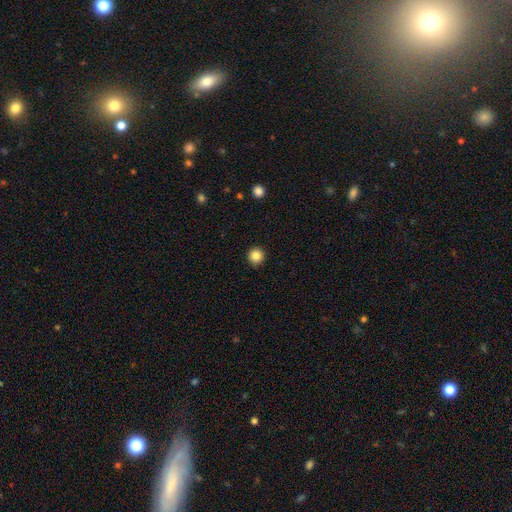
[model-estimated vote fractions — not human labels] Smooth or featured? Predicted: smooth (p=0.85). How rounded? Predicted: round (p=0.95). Merging? Predicted: none (p=0.92).